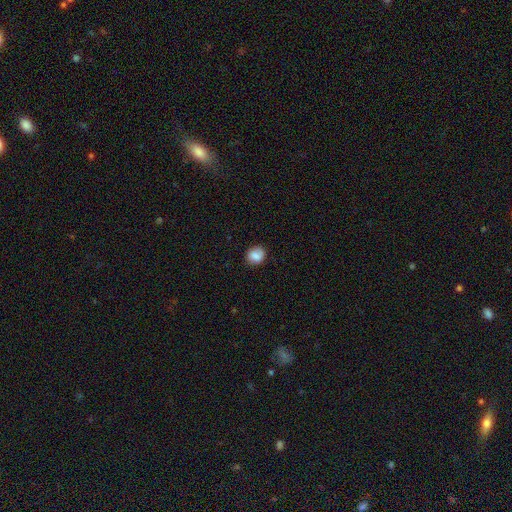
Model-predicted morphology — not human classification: Smooth or featured? smooth (84%)
How rounded? round (68%)
Merging? none (82%)